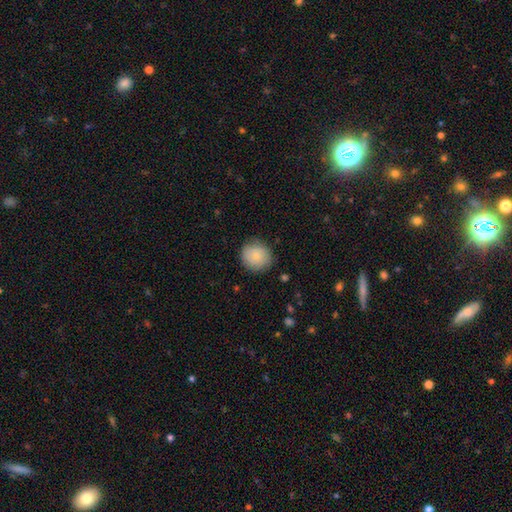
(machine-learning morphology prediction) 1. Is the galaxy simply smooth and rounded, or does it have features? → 77% smooth, 16% featured or disk, 7% star or artifact.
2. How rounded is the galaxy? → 86% round, 13% in between, 1% cigar-shaped.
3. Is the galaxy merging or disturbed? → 82% none, 13% minor disturbance, 3% major disturbance, 1% merger.